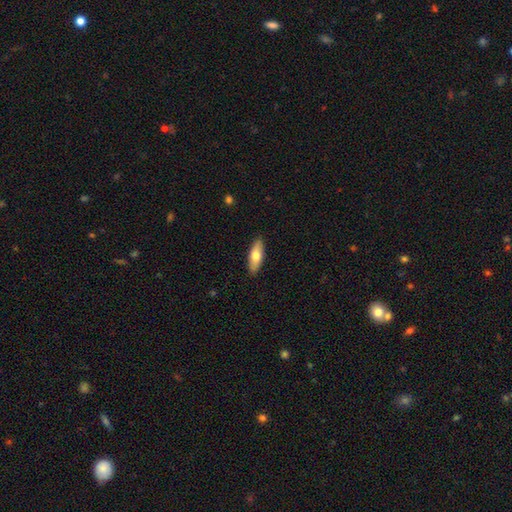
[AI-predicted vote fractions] Smooth or featured? smooth (70%)
How rounded? in between (69%)
Merging? none (89%)